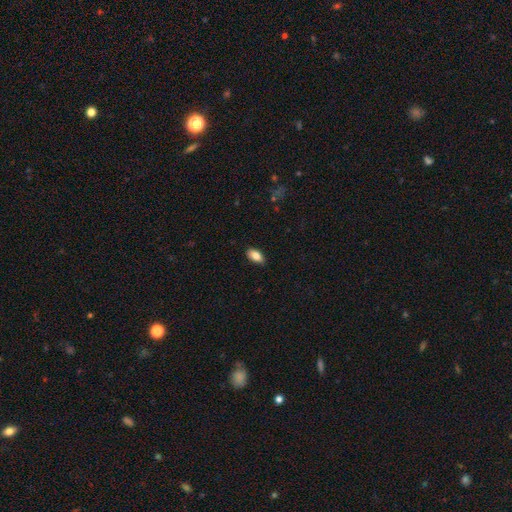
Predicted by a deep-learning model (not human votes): Morphology: type=smooth (86%); roundness=in between (92%); merging=none (86%).